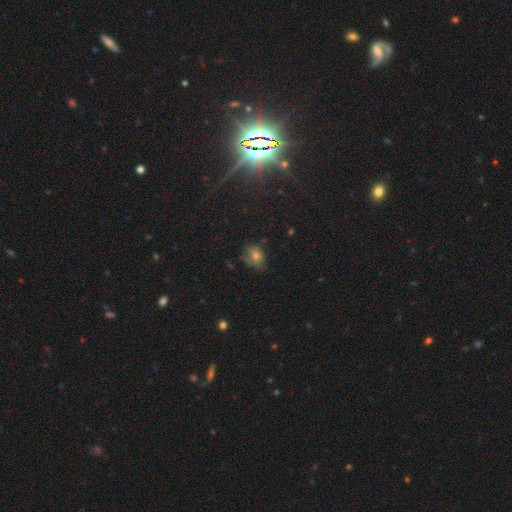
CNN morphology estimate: This is possibly a smooth galaxy (48%). Merging: possibly none (59%).